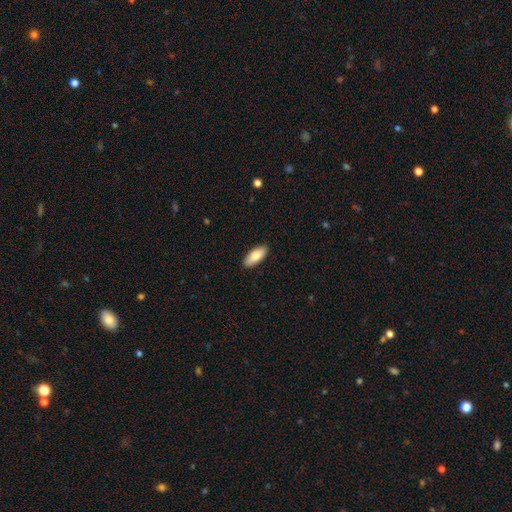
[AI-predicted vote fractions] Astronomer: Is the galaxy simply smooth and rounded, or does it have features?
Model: smooth — 79%.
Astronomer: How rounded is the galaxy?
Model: in between — 84%.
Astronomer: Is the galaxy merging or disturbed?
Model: none — 90%.